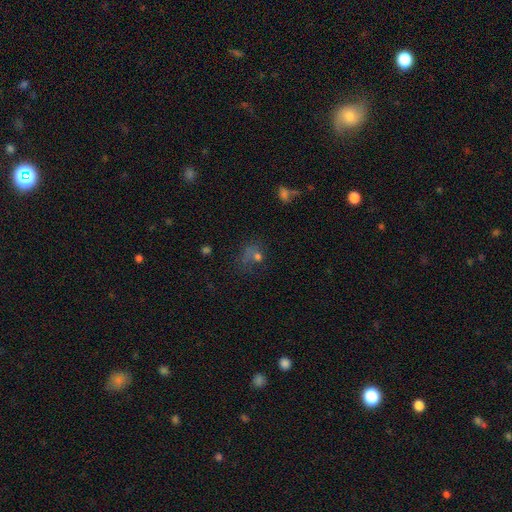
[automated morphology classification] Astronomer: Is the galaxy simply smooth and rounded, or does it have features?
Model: smooth — 49% (runner-up: star or artifact, 32%).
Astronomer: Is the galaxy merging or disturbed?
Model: none — 42% (runner-up: major disturbance, 27%).